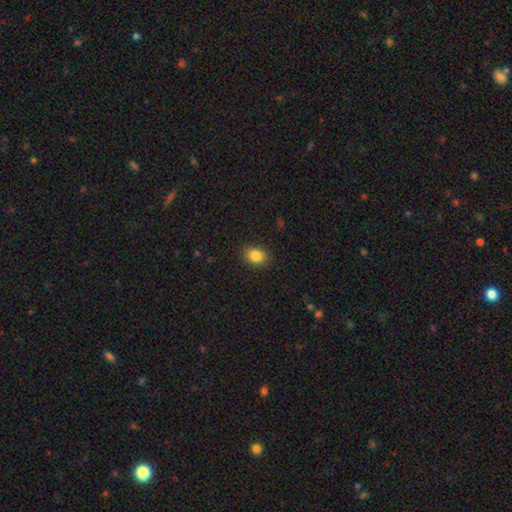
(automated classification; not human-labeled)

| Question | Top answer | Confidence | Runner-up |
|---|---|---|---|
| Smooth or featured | smooth | 85% | star or artifact (10%) |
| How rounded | in between | 59% | round (40%) |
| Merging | none | 88% | minor disturbance (9%) |